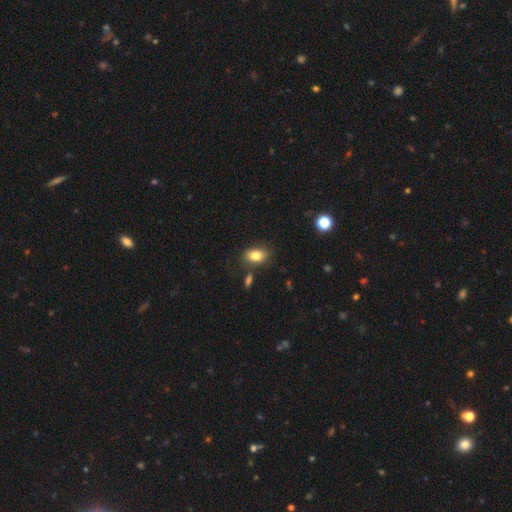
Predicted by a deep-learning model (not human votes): Smooth or featured: smooth — 83% (star or artifact — 9%)
How rounded: in between — 82% (round — 16%)
Merging: none — 79% (minor disturbance — 12%)